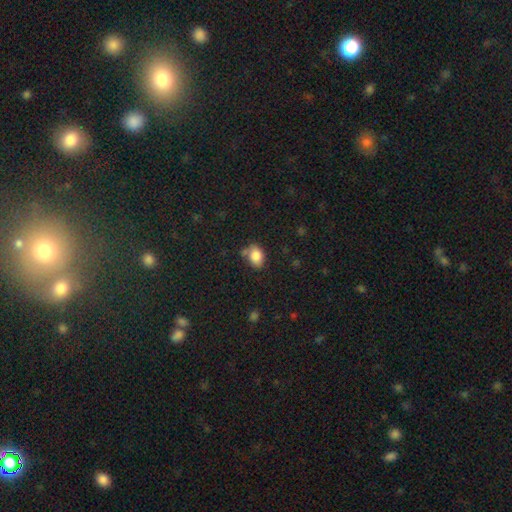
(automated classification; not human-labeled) Smooth or featured? smooth (84%)
How rounded? in between (71%)
Merging? none (61%)